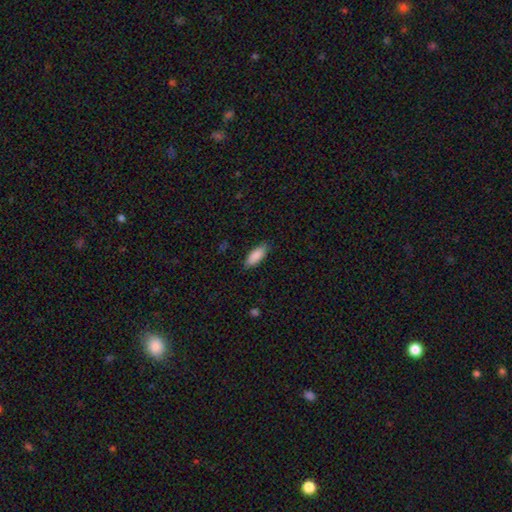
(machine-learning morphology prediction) Smooth or featured? Predicted: smooth (p=0.89). How rounded? Predicted: in between (p=0.75). Merging? Predicted: none (p=0.86).